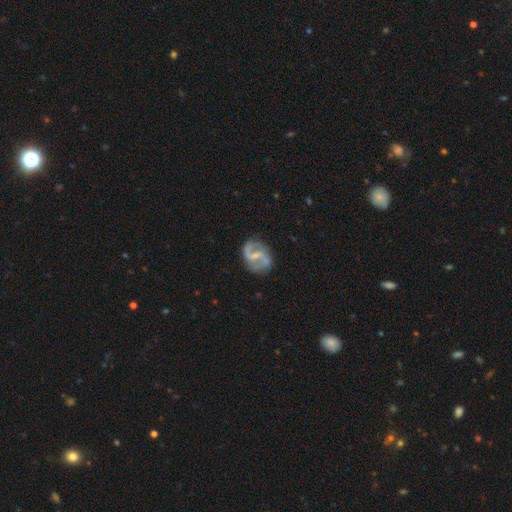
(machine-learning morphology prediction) This appears to be a featured or disk galaxy (86%) with a weak bar (51%), 2 (92%) medium (45%) spiral arms (95%) and a small central bulge (55%). Merging: none (76%).